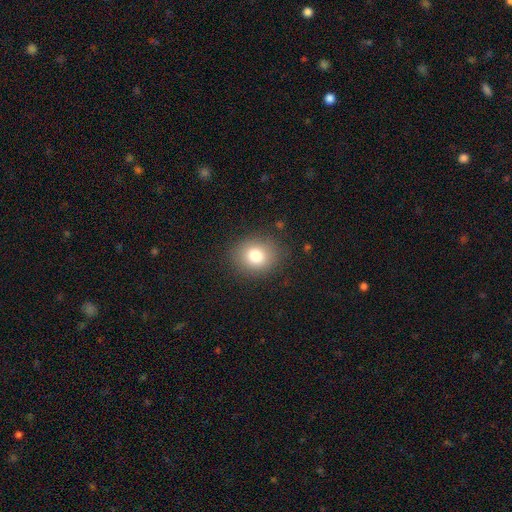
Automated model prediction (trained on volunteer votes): Smooth or featured? Predicted: smooth (p=0.81). How rounded? Predicted: round (p=0.67). Merging? Predicted: none (p=0.85).